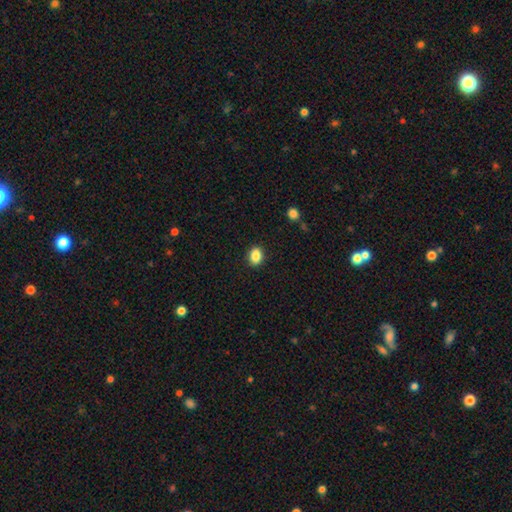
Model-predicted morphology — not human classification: A smooth galaxy with no disk features (87%) that is in between round and cigar-shaped (68%).

Vote fractions:
- Smooth or featured? smooth: 87% / star or artifact: 9% / featured or disk: 4%
- How rounded? in between: 68% / round: 31% / cigar-shaped: 1%
- Merging? none: 90% / minor disturbance: 7% / major disturbance: 2% / merger: 1%